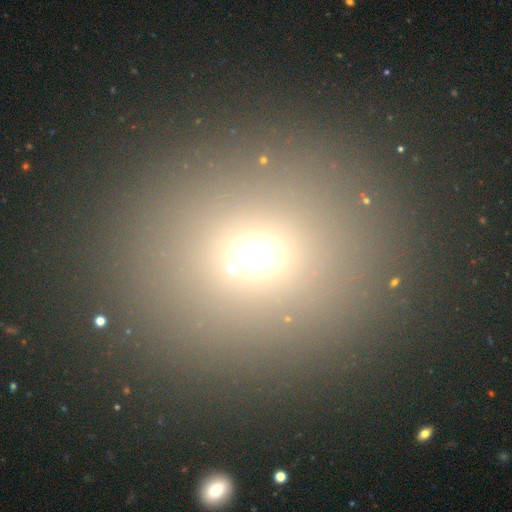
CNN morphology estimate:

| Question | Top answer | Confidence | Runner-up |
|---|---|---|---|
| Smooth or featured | smooth | 65% | star or artifact (25%) |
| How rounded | round | 76% | in between (22%) |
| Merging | none | 83% | minor disturbance (8%) |